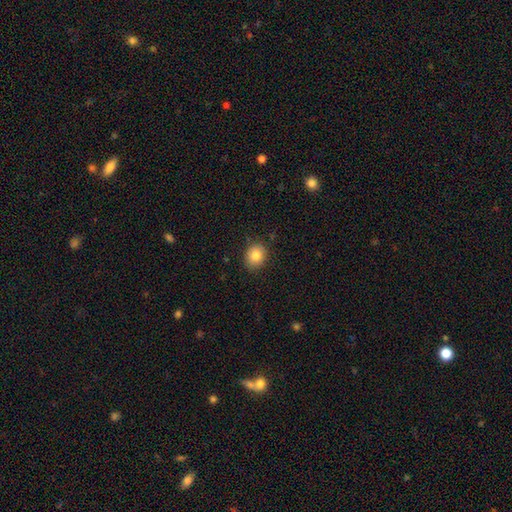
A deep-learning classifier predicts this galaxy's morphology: Smooth or featured? Predicted: smooth (p=0.83). How rounded? Predicted: round (p=0.60). Merging? Predicted: none (p=0.86).